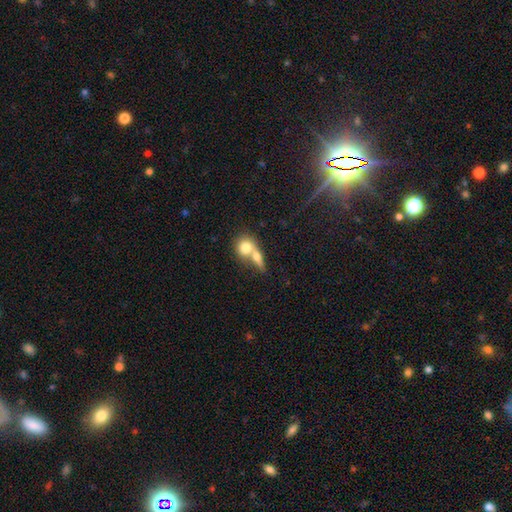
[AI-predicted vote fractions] The model was most divided on "how rounded": round: 61%, in between: 32%, cigar-shaped: 7%. More confident: smooth or featured — smooth (68%); merging — merger (62%).